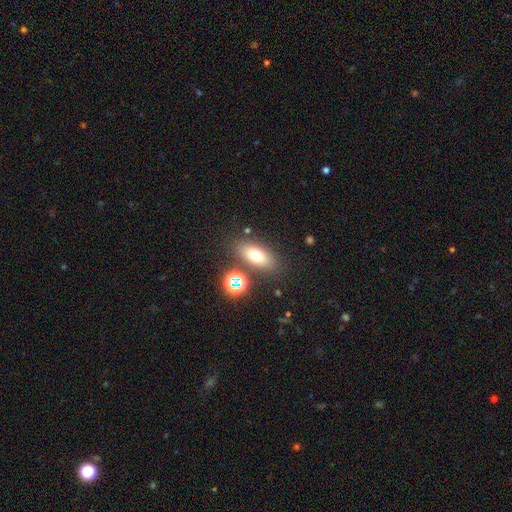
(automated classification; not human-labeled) Morphology: type=smooth (68%); roundness=in between (77%); merging=none (79%).